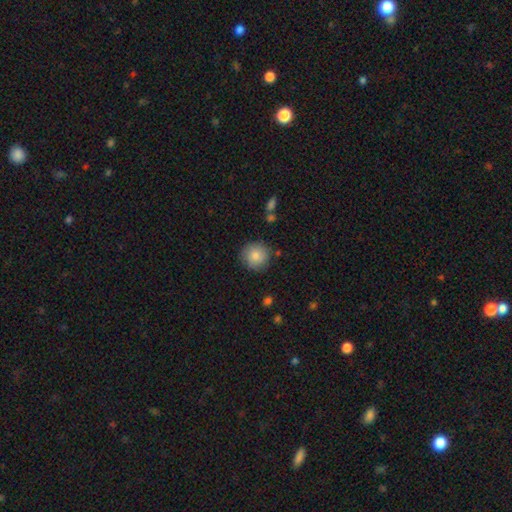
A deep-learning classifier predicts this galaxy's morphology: smooth-or-featured: smooth: 83% | featured or disk: 9% | star or artifact: 8%
  how-rounded: round: 93% | in between: 6% | cigar-shaped: 1%
  merging: none: 85% | minor disturbance: 10% | major disturbance: 3% | merger: 2%